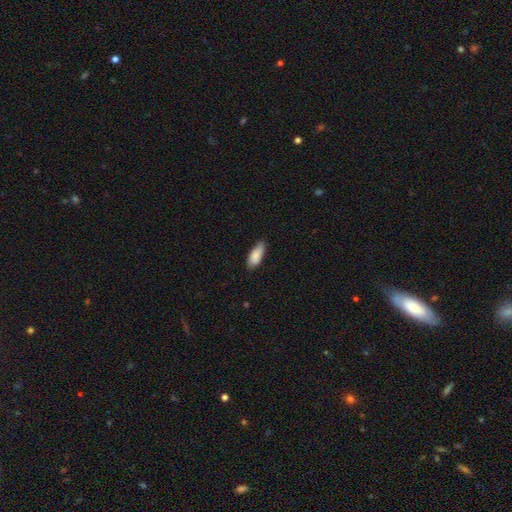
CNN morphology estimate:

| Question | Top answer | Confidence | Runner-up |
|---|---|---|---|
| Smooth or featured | smooth | 88% | featured or disk (6%) |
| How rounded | in between | 79% | cigar-shaped (19%) |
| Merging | none | 76% | minor disturbance (20%) |